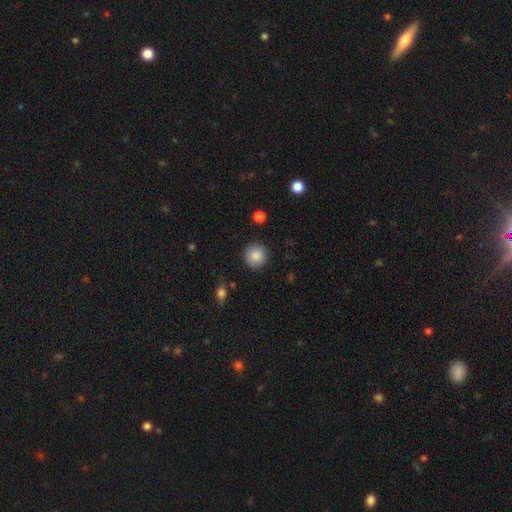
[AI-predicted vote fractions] A smooth galaxy with no disk features (86%) that is round (93%). Merging: none (90%).